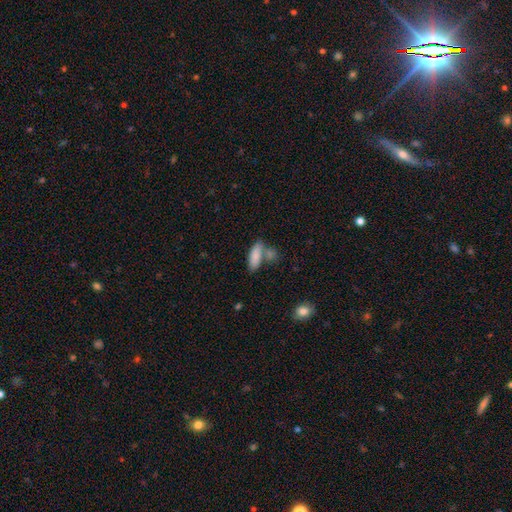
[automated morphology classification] A smooth galaxy with no disk features (84%) that is in between round and cigar-shaped (72%).

Vote fractions:
- Smooth or featured? smooth: 84% / featured or disk: 9% / star or artifact: 7%
- How rounded? in between: 72% / cigar-shaped: 25% / round: 2%
- Merging? none: 51% / merger: 30% / minor disturbance: 14% / major disturbance: 5%